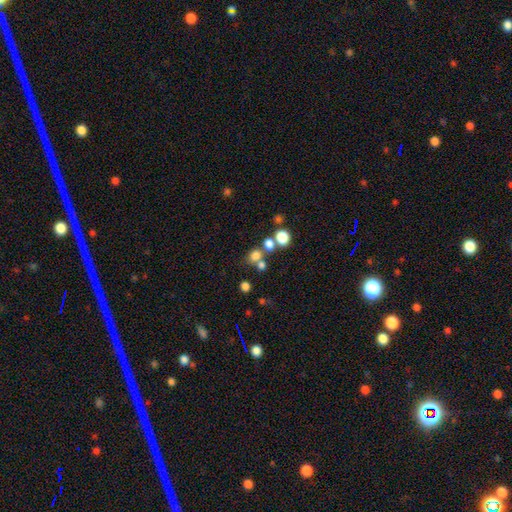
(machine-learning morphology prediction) type=smooth (71%); roundness=round (75%); merging=none (55%).